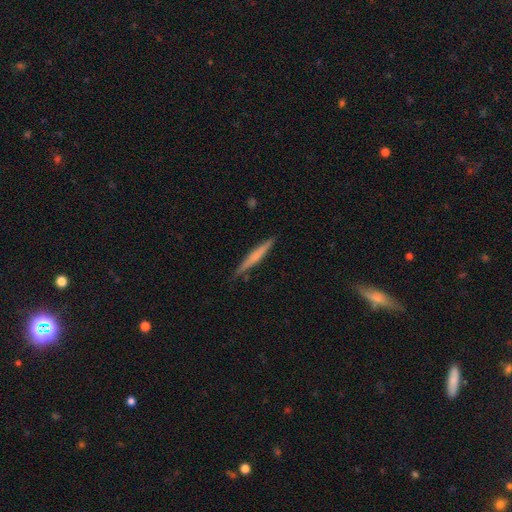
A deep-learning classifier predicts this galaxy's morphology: A smooth galaxy with no disk features (50%) that is cigar-shaped (96%).

Vote fractions:
- Smooth or featured? smooth: 50% / featured or disk: 44% / star or artifact: 6%
- How rounded? cigar-shaped: 96% / in between: 3% / round: 1%
- Merging? none: 88% / minor disturbance: 9% / major disturbance: 2% / merger: 1%